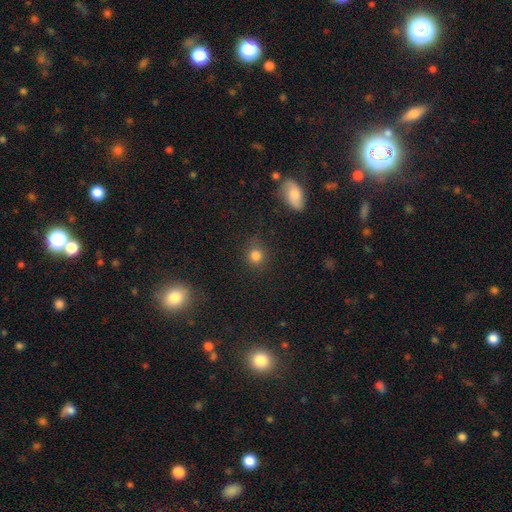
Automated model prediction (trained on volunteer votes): Smooth or featured?
  - smooth: 81% *
  - star or artifact: 14%
  - featured or disk: 5%
How rounded?
  - round: 86% *
  - in between: 13%
  - cigar-shaped: 1%
Merging?
  - none: 83% *
  - minor disturbance: 11%
  - major disturbance: 4%
  - merger: 2%